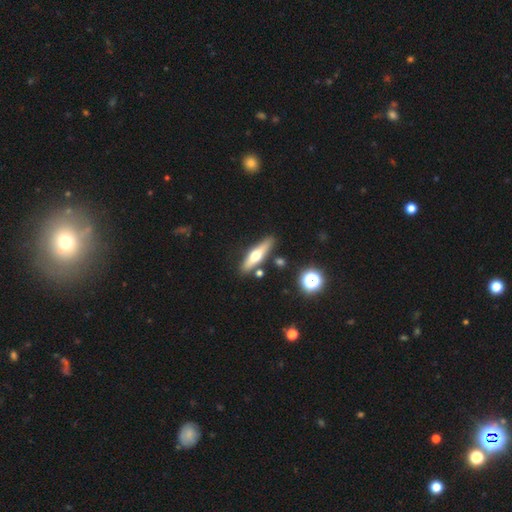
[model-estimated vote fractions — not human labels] Q: Smooth or featured?
A: featured or disk (49%); runner-up: smooth (44%)
Q: Merging?
A: none (83%); runner-up: minor disturbance (10%)